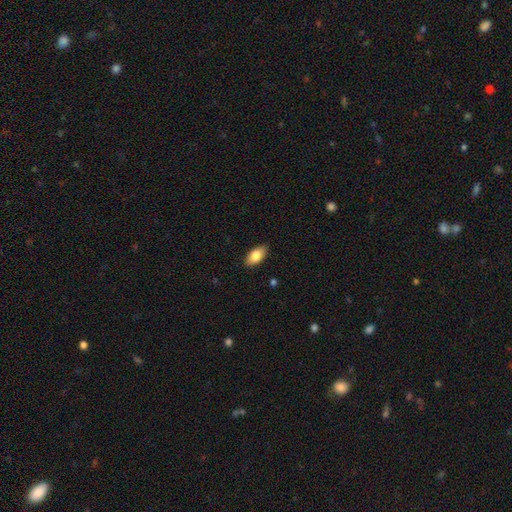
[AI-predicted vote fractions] smooth 81%, featured or disk 13%, star or artifact 7%. Down the decision tree: how rounded — in between (91%); merging — none (88%).